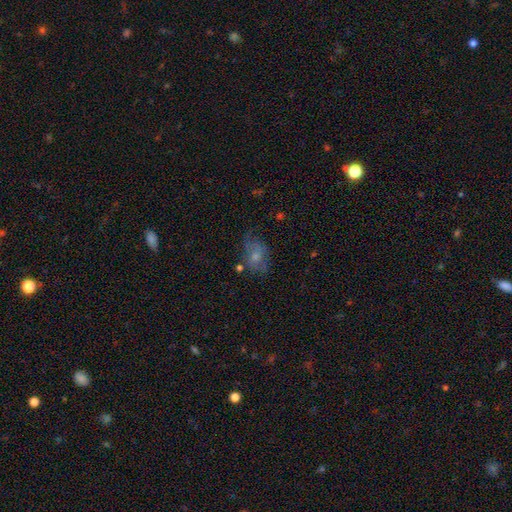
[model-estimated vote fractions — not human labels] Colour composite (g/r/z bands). It shows a smooth galaxy with no disk features (53%) that is in between round and cigar-shaped (72%). Merging: none (49%).